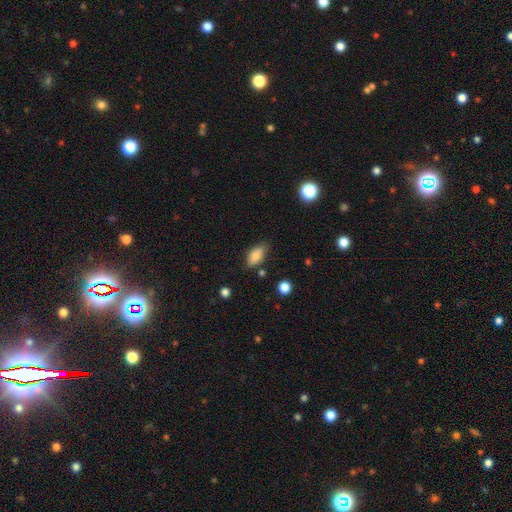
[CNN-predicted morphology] smooth 84%, star or artifact 8%, featured or disk 8%. Down the decision tree: how rounded — in between (88%); merging — none (73%).